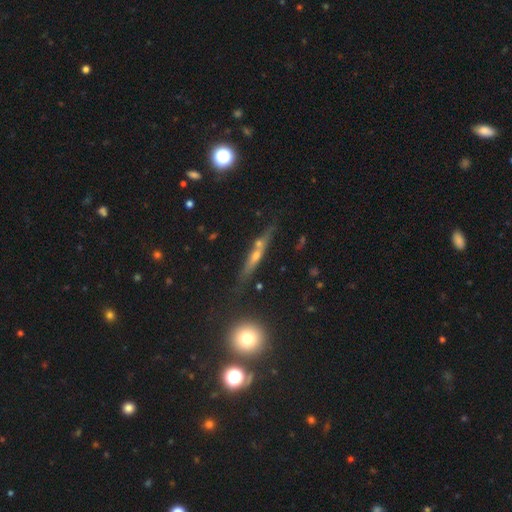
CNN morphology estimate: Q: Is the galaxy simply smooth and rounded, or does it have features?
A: featured or disk — 65%.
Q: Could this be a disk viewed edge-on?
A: yes — 91%.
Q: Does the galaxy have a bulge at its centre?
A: rounded — 72%.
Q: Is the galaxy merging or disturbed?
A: none — 78%.